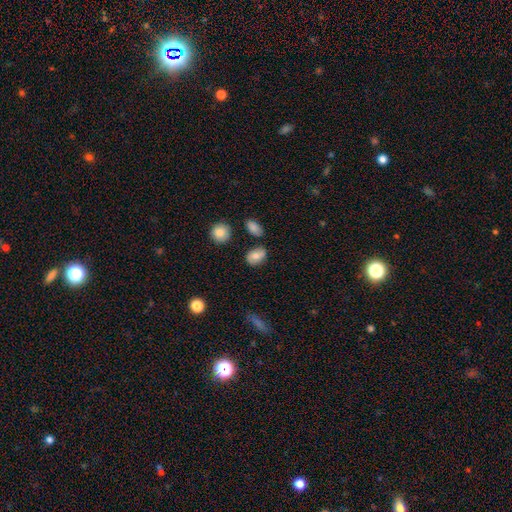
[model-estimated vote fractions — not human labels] This appears to be a smooth galaxy with no disk features (75%) that is in between round and cigar-shaped (78%). Merging: none (75%).